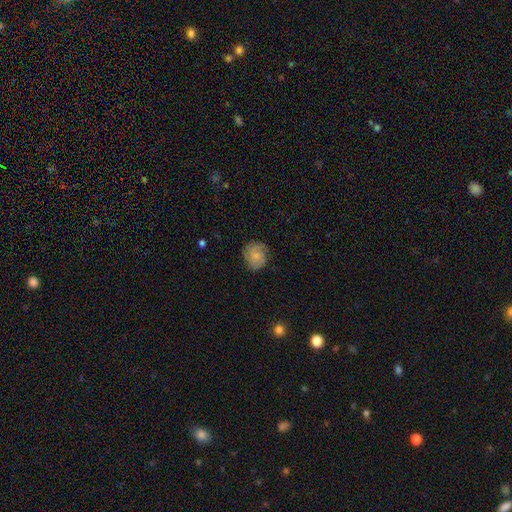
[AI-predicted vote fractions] Smooth or featured? Predicted: smooth (p=0.60). How rounded? Predicted: round (p=0.78). Merging? Predicted: none (p=0.75).